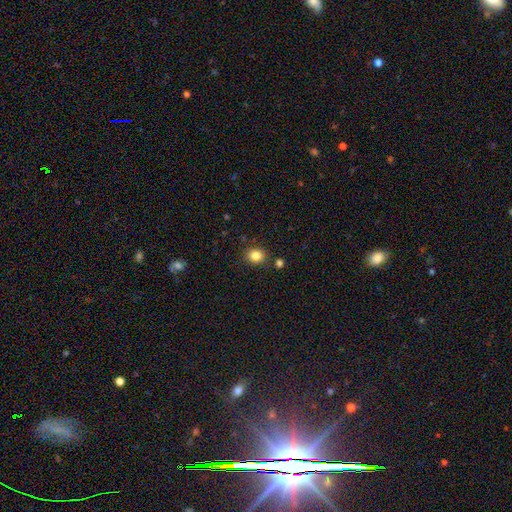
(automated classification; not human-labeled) smooth-or-featured: smooth: 83% | star or artifact: 11% | featured or disk: 5%
  how-rounded: round: 68% | in between: 32% | cigar-shaped: 1%
  merging: none: 84% | minor disturbance: 9% | merger: 4% | major disturbance: 3%